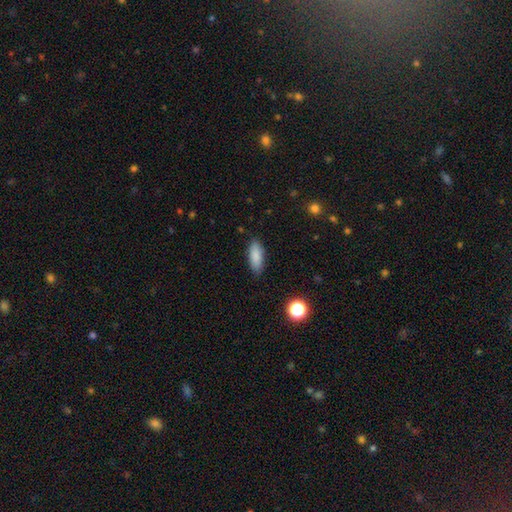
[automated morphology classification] smooth-or-featured: smooth: 87% | star or artifact: 7% | featured or disk: 6%
  how-rounded: in between: 70% | cigar-shaped: 27% | round: 2%
  merging: none: 87% | minor disturbance: 10% | major disturbance: 2% | merger: 1%